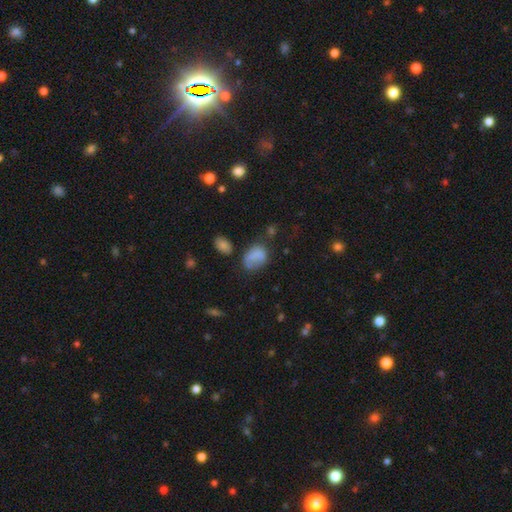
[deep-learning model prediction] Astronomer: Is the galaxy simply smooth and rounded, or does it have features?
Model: smooth — 72%.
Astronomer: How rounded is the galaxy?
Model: in between — 73%.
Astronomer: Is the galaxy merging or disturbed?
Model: none — 43% (runner-up: minor disturbance, 30%).